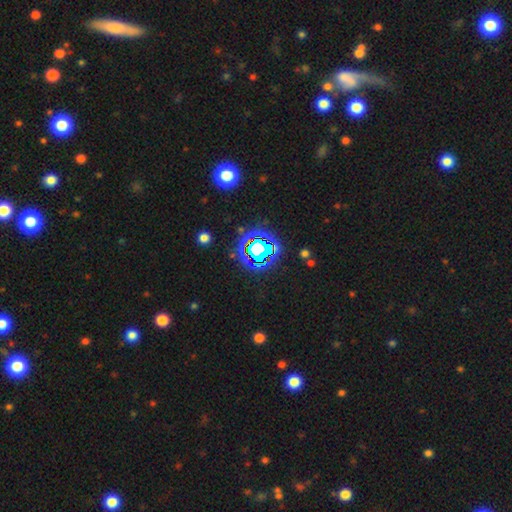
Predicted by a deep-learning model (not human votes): smooth_or_featured: star or artifact (p=0.69) [alt: smooth p=0.18]